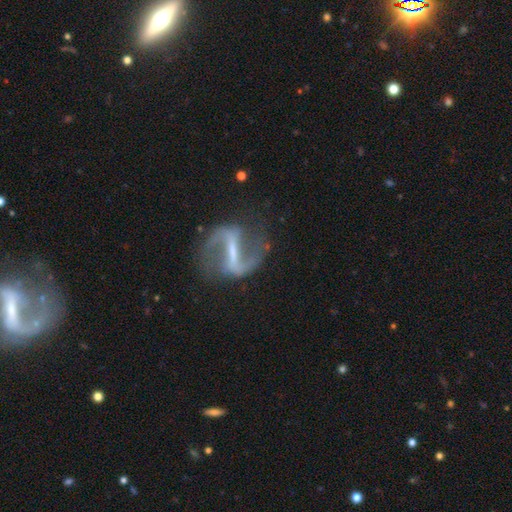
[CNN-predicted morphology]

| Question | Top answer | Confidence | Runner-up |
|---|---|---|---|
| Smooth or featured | featured or disk | 90% | star or artifact (6%) |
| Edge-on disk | no | 95% | yes (5%) |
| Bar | strong | 71% | weak (23%) |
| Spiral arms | yes | 95% | no (5%) |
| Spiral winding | loose | 55% | medium (35%) |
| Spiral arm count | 2 | 93% | can't tell (2%) |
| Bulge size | small | 52% | none (30%) |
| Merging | none | 79% | minor disturbance (12%) |